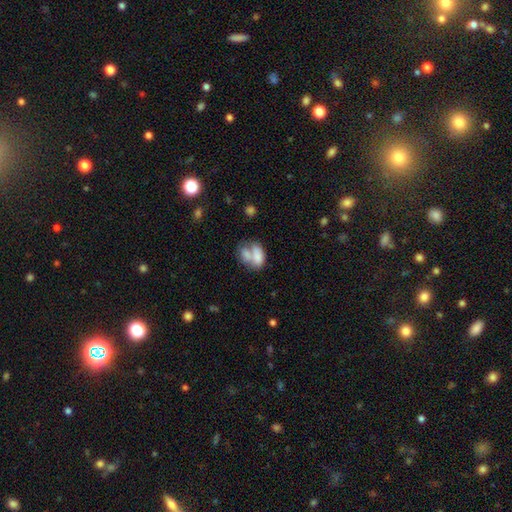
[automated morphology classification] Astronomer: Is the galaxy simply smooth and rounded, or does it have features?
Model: smooth — 69%.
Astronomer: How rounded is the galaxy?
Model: in between — 85%.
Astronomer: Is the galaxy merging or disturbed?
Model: merger — 60%.